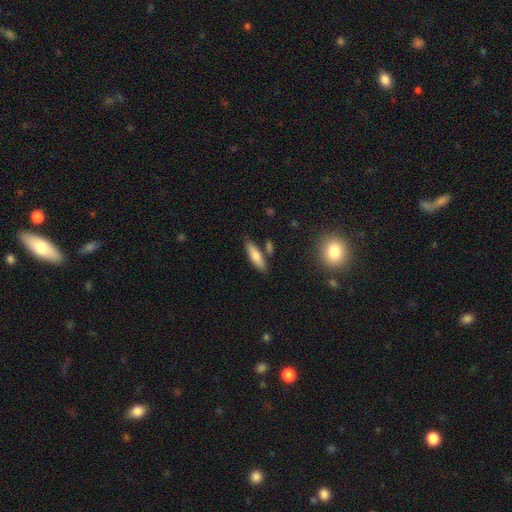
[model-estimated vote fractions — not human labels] smooth_or_featured: smooth (p=0.78) [alt: featured or disk p=0.15]
how_rounded: cigar-shaped (p=0.58) [alt: in between p=0.40]
merging: none (p=0.78) [alt: minor disturbance p=0.12]